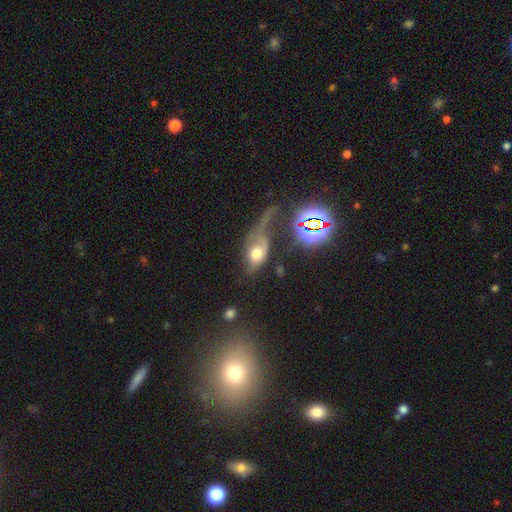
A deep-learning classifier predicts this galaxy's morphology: Smooth or featured: smooth — 43% (featured or disk — 33%)
Merging: major disturbance — 38% (none — 28%)